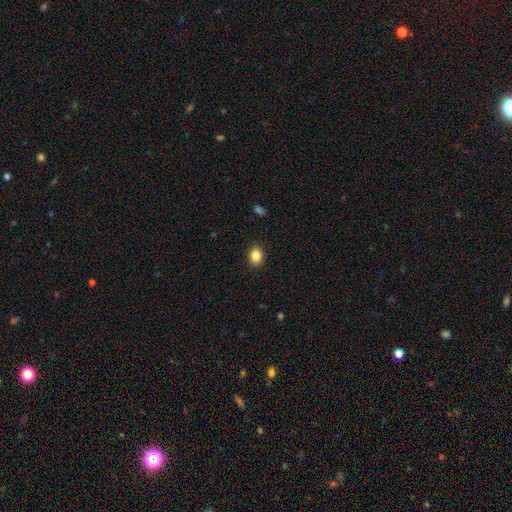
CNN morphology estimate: smooth_or_featured: smooth (p=0.86) [alt: star or artifact p=0.09]
how_rounded: in between (p=0.65) [alt: round p=0.34]
merging: none (p=0.90) [alt: minor disturbance p=0.07]